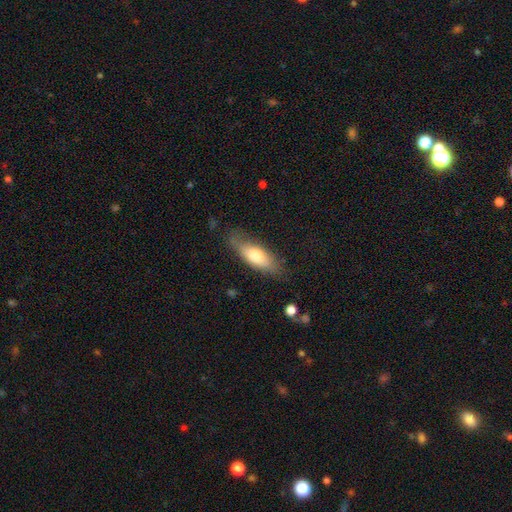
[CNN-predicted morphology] This is likely a smooth galaxy (70%). How rounded: likely in between (69%). Merging: likely none (71%).